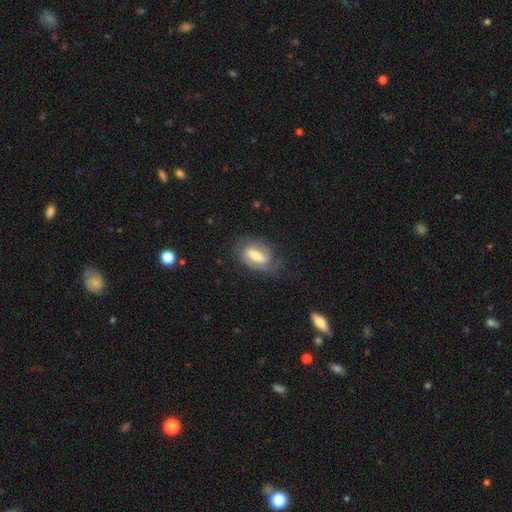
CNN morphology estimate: type=featured or disk (66%); edge-on=no (93%); bar=strong (47%); spiral arms=yes (87%); winding=medium (42%); arm count=2 (73%); bulge=moderate (44%); merging=none (69%).